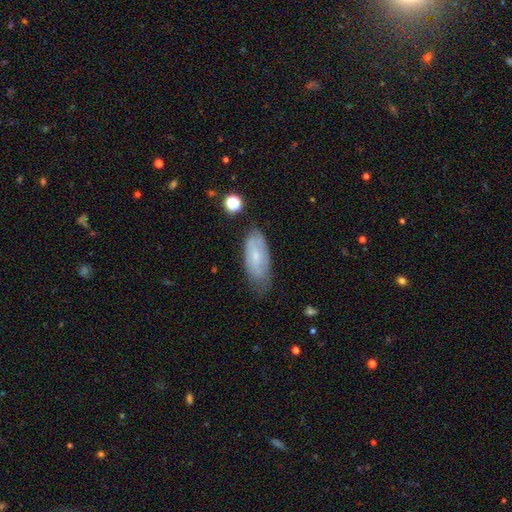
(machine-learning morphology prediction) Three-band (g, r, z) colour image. It shows a smooth galaxy with no disk features (49%). Merging: none (65%).